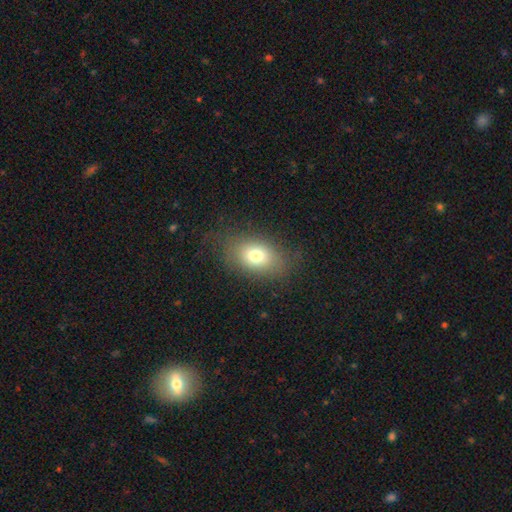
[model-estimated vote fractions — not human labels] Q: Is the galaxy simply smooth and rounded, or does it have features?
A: smooth — 74%.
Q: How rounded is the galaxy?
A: in between — 76%.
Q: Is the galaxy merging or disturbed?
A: none — 76%.